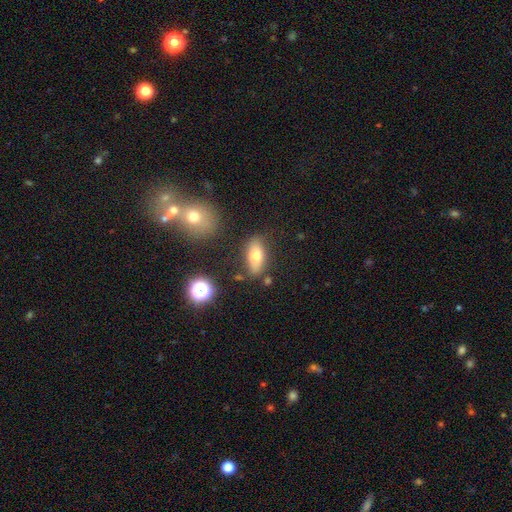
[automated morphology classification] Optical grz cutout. It shows a smooth galaxy with no disk features (72%) that is in between round and cigar-shaped (83%). Merging: none (76%).